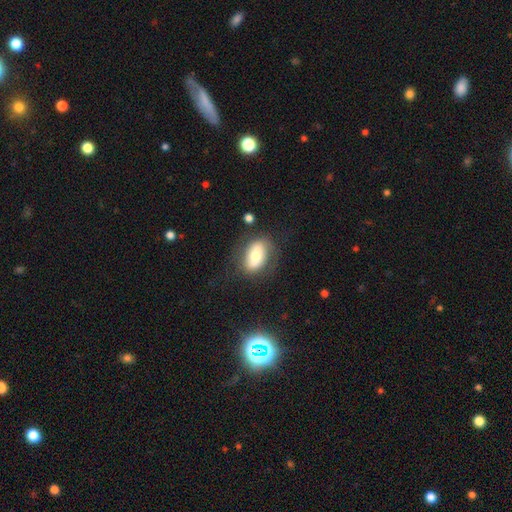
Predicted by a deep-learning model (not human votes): smooth 60%, featured or disk 33%, star or artifact 7%. Down the decision tree: how rounded — in between (86%); merging — none (72%).